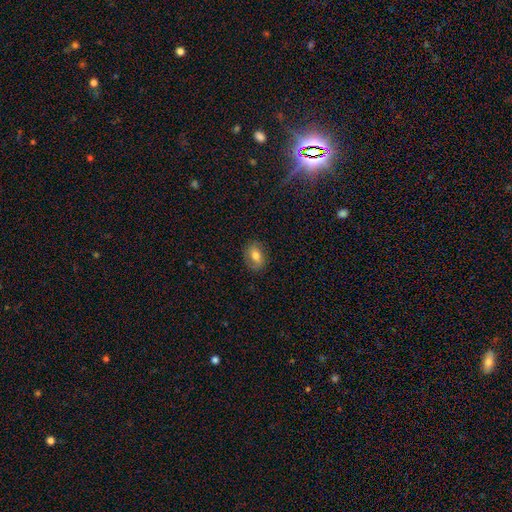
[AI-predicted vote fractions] smooth-or-featured: smooth: 64% | featured or disk: 27% | star or artifact: 9%
  how-rounded: in between: 69% | round: 30% | cigar-shaped: 2%
  merging: none: 82% | minor disturbance: 13% | major disturbance: 4% | merger: 1%